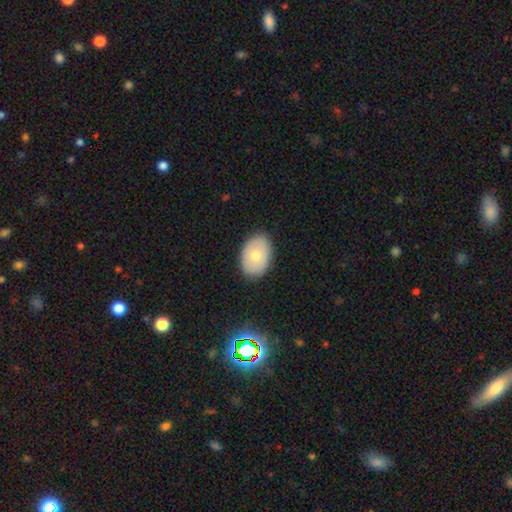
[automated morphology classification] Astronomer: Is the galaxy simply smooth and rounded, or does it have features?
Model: smooth — 69%.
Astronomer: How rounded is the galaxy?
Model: in between — 82%.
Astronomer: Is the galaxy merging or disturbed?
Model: none — 86%.